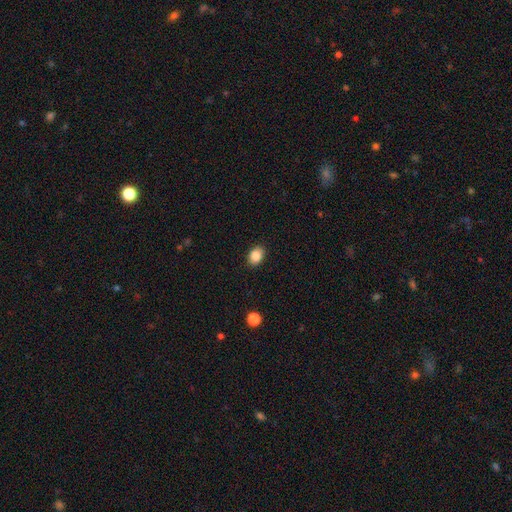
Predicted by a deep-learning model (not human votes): smooth 88%, star or artifact 9%, featured or disk 4%. Down the decision tree: how rounded — in between (71%); merging — none (89%).